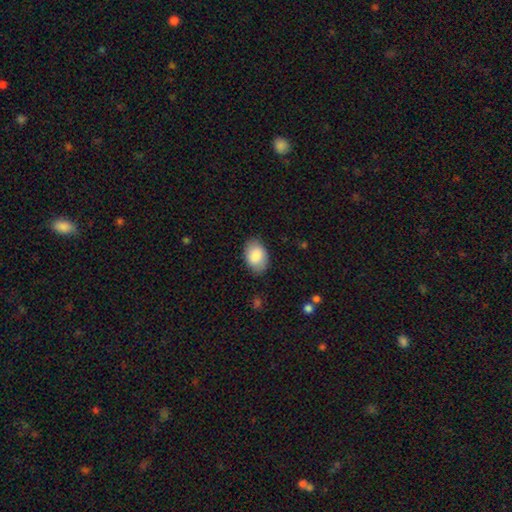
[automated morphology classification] smooth 87%, featured or disk 7%, star or artifact 6%. Down the decision tree: how rounded — in between (87%); merging — none (84%).